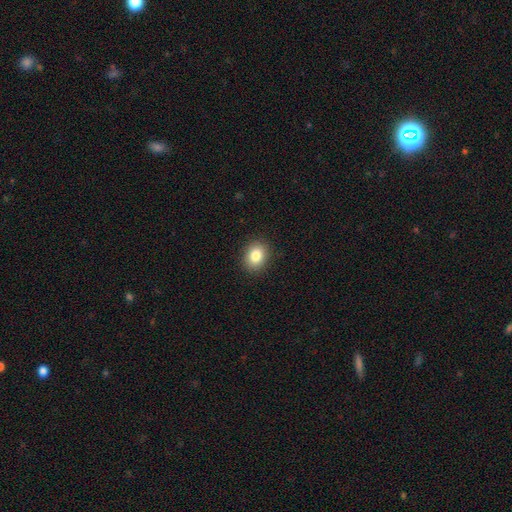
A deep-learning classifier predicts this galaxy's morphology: Smooth or featured? smooth (84%)
How rounded? round (54%)
Merging? none (90%)